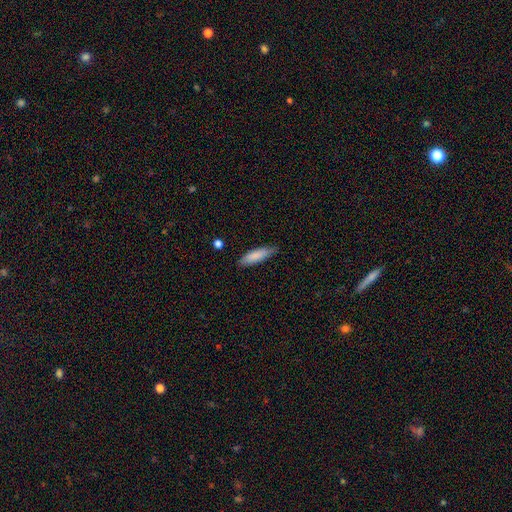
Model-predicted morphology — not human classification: Smooth or featured? Predicted: smooth (p=0.83). How rounded? Predicted: cigar-shaped (p=0.62). Merging? Predicted: none (p=0.80).